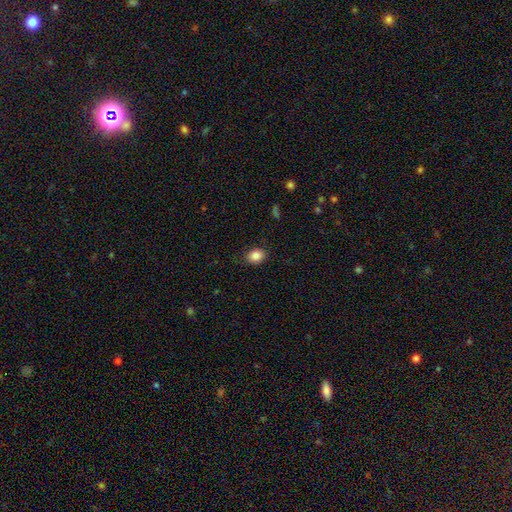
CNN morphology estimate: smooth_or_featured: smooth (p=0.86) [alt: star or artifact p=0.09]
how_rounded: in between (p=0.57) [alt: round p=0.42]
merging: none (p=0.86) [alt: minor disturbance p=0.11]